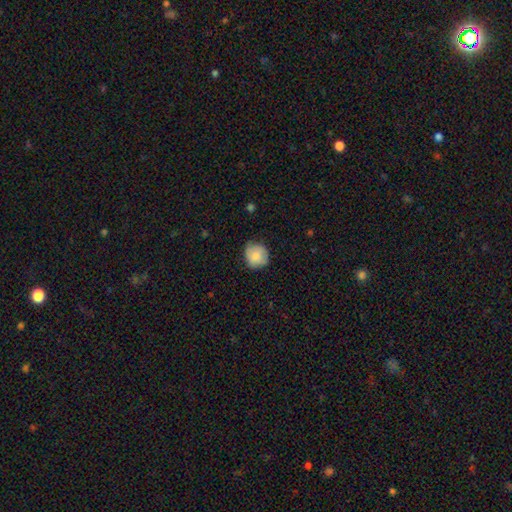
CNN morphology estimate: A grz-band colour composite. It shows a smooth galaxy with no disk features (81%) that is round (84%). Merging: none (69%).